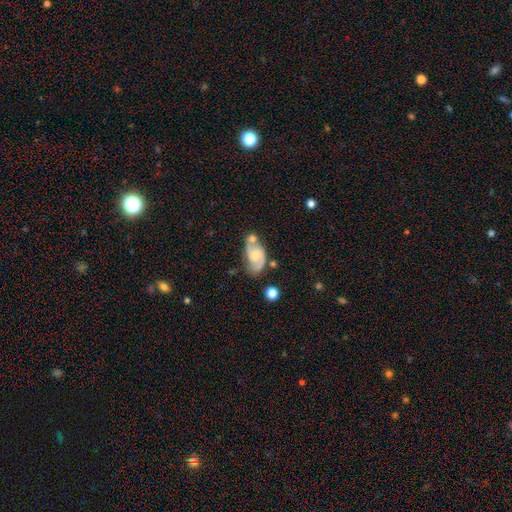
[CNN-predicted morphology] Smooth or featured: featured or disk — 74% (smooth — 19%)
Edge-on disk: no — 97% (yes — 3%)
Bar: no — 60% (weak — 34%)
Spiral arms: yes — 93% (no — 7%)
Spiral winding: medium — 51% (tight — 25%)
Spiral arm count: 2 — 85% (can't tell — 7%)
Bulge size: small — 54% (moderate — 32%)
Merging: none — 47% (merger — 23%)